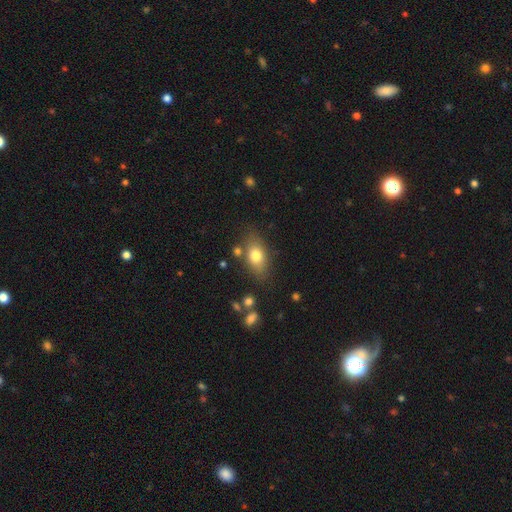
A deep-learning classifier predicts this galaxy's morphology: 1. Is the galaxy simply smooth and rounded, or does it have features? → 77% smooth, 14% featured or disk, 9% star or artifact.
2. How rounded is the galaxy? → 80% in between, 16% round, 5% cigar-shaped.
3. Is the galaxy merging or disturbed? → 74% none, 16% minor disturbance, 6% merger, 5% major disturbance.